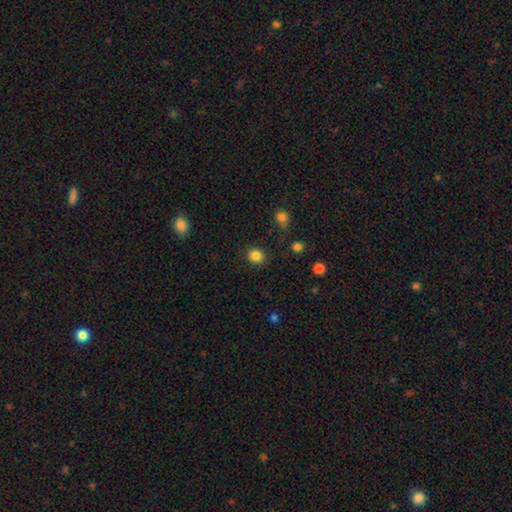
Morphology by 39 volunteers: Q: Smooth or featured?
A: smooth (90%); runner-up: star or artifact (8%)
Q: How rounded?
A: round (97%); runner-up: in between (3%)
Q: Merging?
A: none (89%); runner-up: minor disturbance (8%)